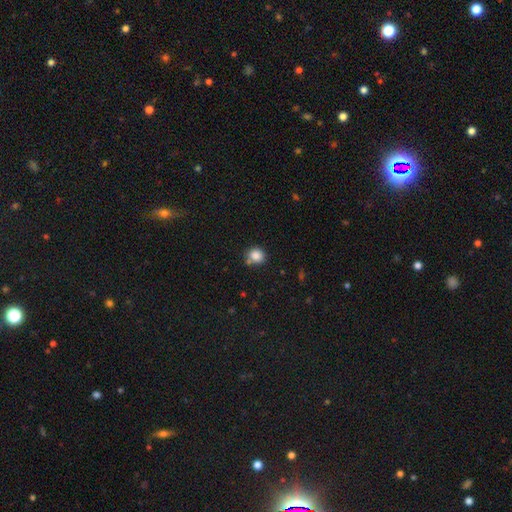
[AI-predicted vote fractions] A smooth galaxy with no disk features (85%) that is round (81%).

Vote fractions:
- Smooth or featured? smooth: 85% / star or artifact: 10% / featured or disk: 5%
- How rounded? round: 81% / in between: 18% / cigar-shaped: 1%
- Merging? none: 73% / minor disturbance: 13% / merger: 11% / major disturbance: 3%